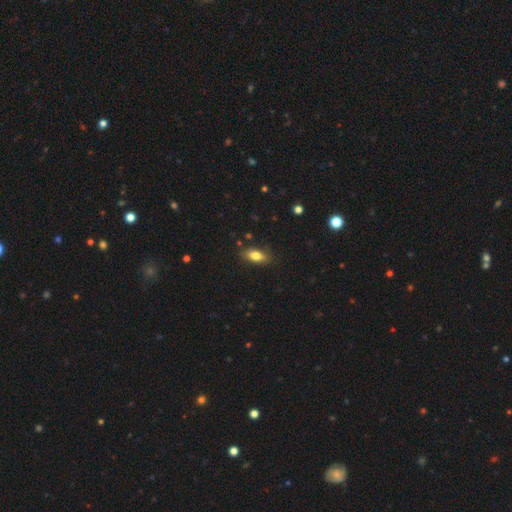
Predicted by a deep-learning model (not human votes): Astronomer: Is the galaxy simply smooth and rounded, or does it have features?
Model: smooth — 79%.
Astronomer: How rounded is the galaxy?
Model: in between — 83%.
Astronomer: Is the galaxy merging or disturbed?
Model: none — 82%.